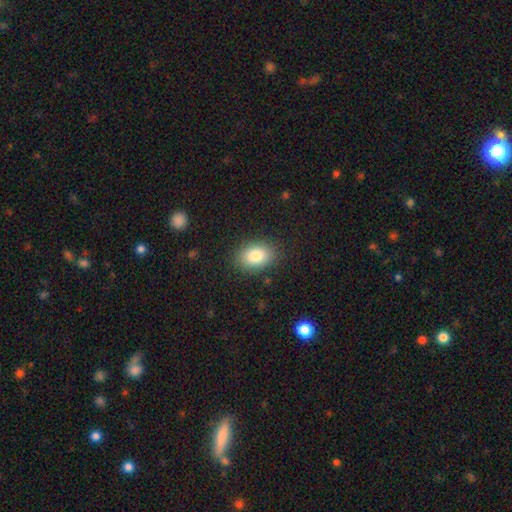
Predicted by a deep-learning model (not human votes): Morphology: type=smooth (83%); roundness=in between (84%); merging=none (87%).